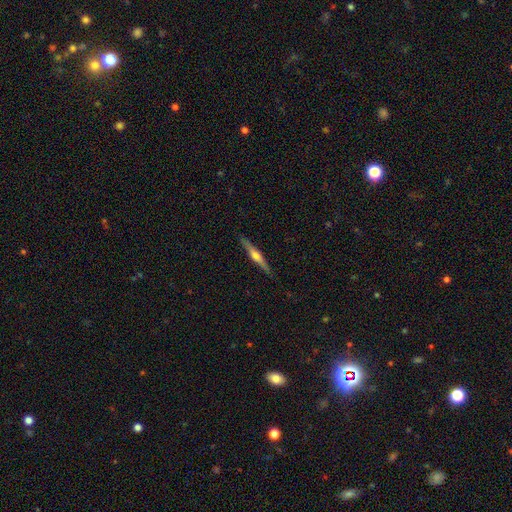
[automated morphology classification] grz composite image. It shows a featured or disk galaxy (67%) viewed edge-on (97%) with a rounded central bulge (83%). Merging: none (89%).